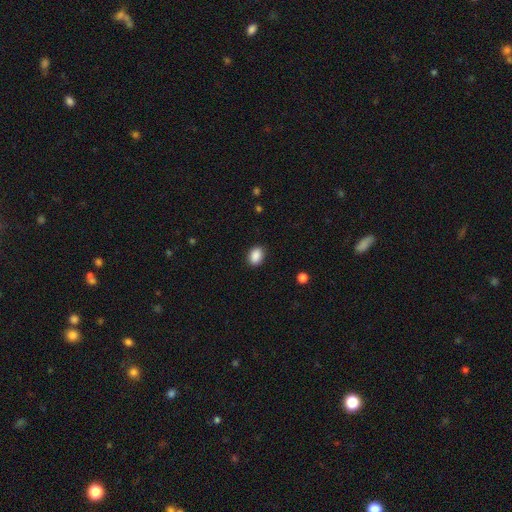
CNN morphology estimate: Smooth or featured: smooth — 89% (star or artifact — 8%)
How rounded: in between — 74% (round — 25%)
Merging: none — 88% (minor disturbance — 9%)